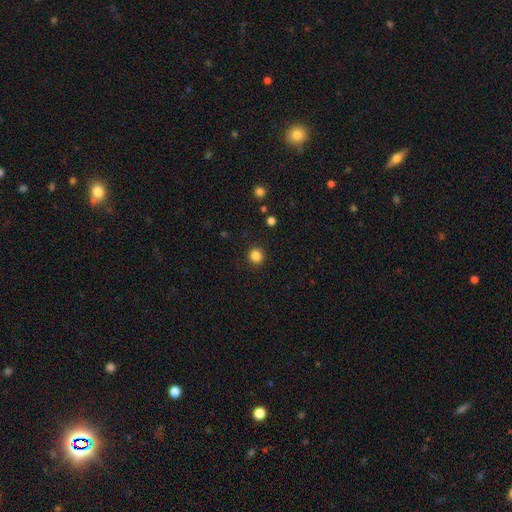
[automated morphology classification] Smooth or featured?
  - smooth: 85% *
  - star or artifact: 12%
  - featured or disk: 4%
How rounded?
  - round: 91% *
  - in between: 8%
  - cigar-shaped: 1%
Merging?
  - none: 91% *
  - minor disturbance: 6%
  - major disturbance: 2%
  - merger: 1%